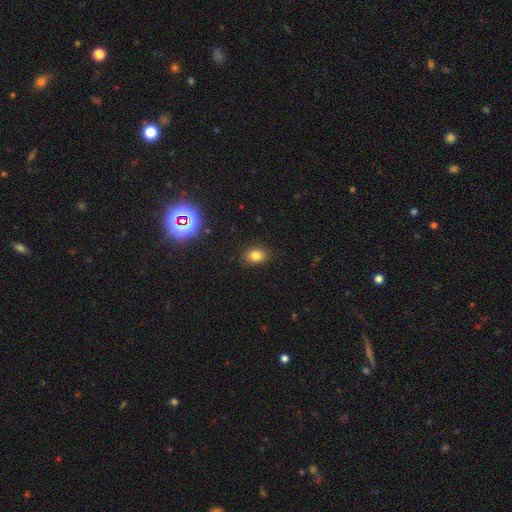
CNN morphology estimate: A smooth galaxy with no disk features (77%) that is in between round and cigar-shaped (56%). Merging: none (88%).